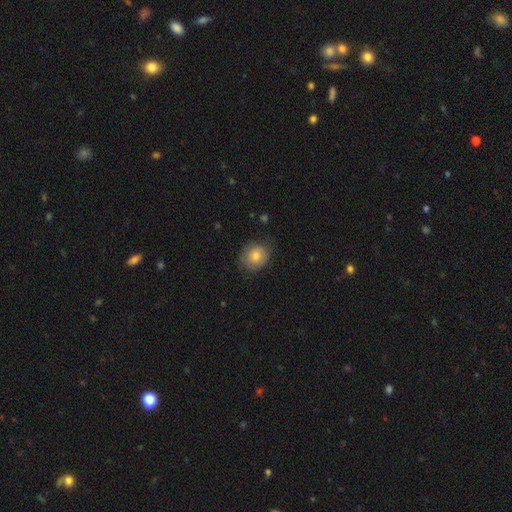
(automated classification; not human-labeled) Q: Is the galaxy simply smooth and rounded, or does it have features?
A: smooth — 76%.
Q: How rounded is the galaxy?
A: round — 75%.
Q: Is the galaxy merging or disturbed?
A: none — 74%.